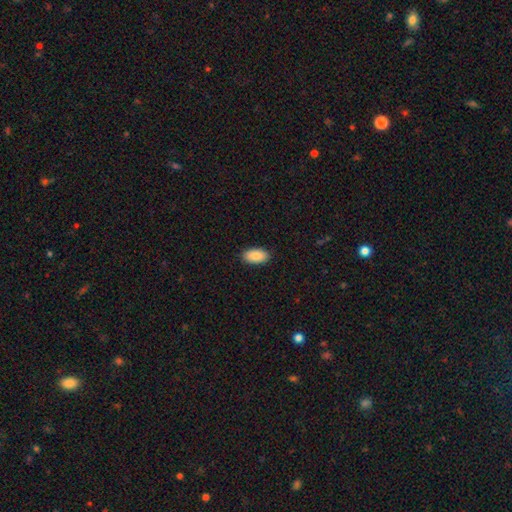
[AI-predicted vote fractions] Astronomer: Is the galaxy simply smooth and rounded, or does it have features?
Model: smooth — 91%.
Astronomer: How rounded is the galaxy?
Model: in between — 95%.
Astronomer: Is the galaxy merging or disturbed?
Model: none — 90%.